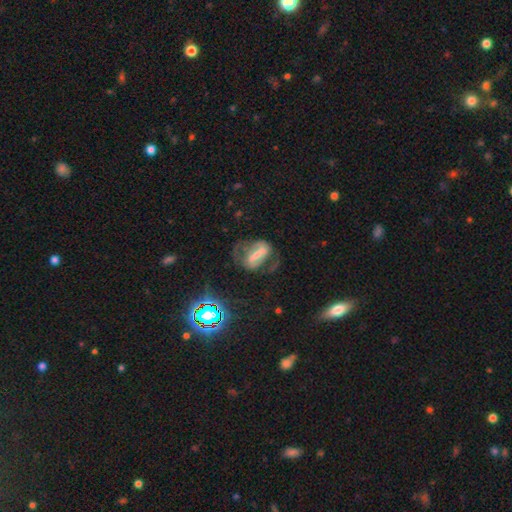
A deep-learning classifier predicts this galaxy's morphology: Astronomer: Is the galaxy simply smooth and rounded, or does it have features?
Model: featured or disk — 65%.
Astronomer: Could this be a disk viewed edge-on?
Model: no — 89%.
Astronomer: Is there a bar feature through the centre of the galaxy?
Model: strong — 67%.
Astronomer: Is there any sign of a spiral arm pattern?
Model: yes — 67%.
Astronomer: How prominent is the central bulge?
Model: small — 40% (runner-up: moderate, 31%).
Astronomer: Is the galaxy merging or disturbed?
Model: none — 53%.